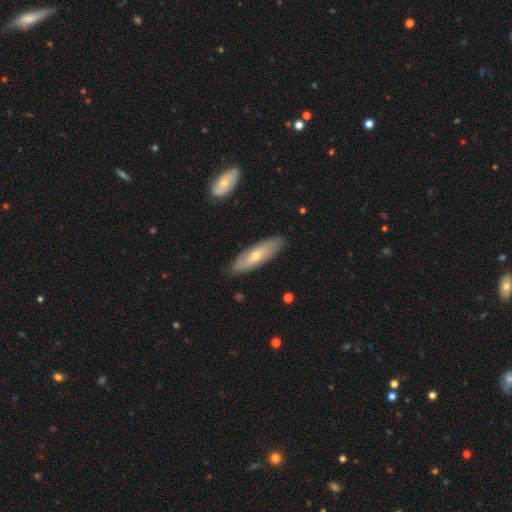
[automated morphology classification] A smooth galaxy with no disk features (52%) that is cigar-shaped (51%). Merging: none (85%).